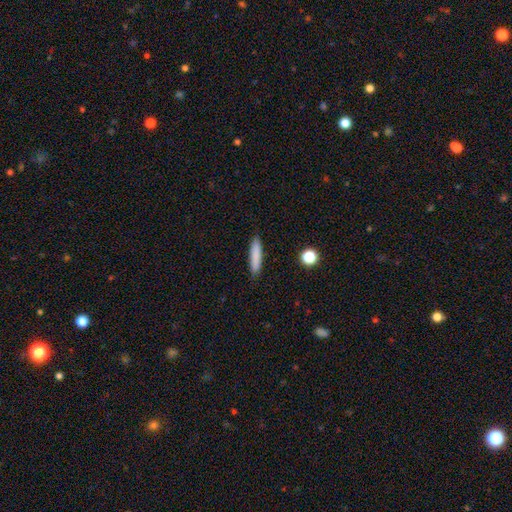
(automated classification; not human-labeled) smooth_or_featured: smooth (p=0.84) [alt: featured or disk p=0.09]
how_rounded: cigar-shaped (p=0.84) [alt: in between p=0.15]
merging: none (p=0.88) [alt: minor disturbance p=0.09]